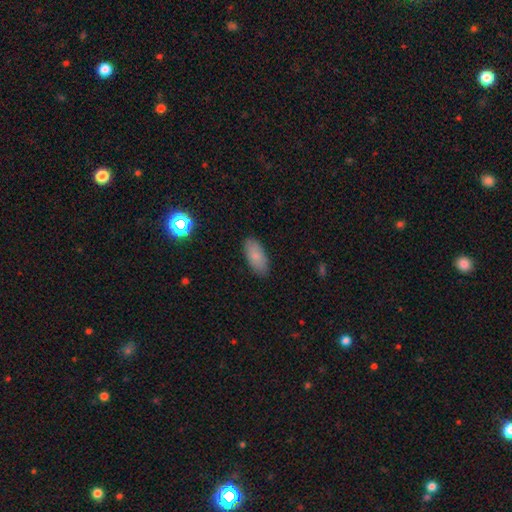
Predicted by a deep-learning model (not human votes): A smooth galaxy with no disk features (83%) that is in between round and cigar-shaped (89%). Merging: none (85%).